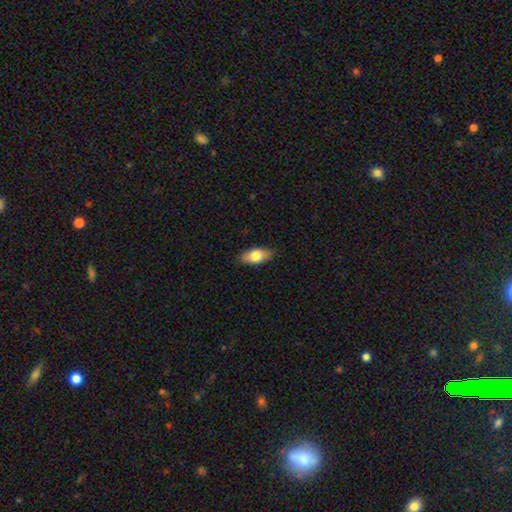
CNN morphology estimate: Smooth or featured?
  - smooth: 74% *
  - featured or disk: 20%
  - star or artifact: 6%
How rounded?
  - in between: 87% *
  - cigar-shaped: 9%
  - round: 4%
Merging?
  - none: 87% *
  - minor disturbance: 10%
  - major disturbance: 2%
  - merger: 1%